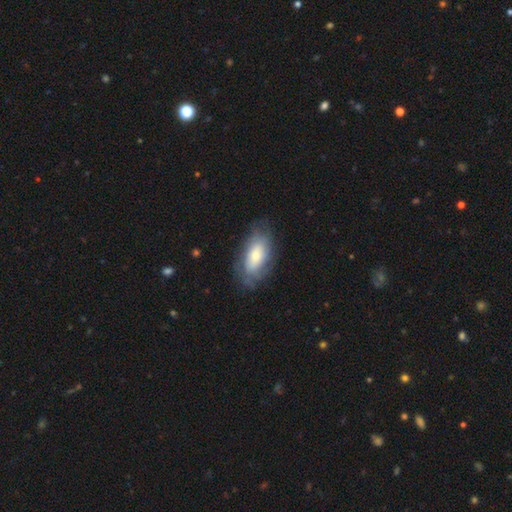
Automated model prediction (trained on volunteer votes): smooth-or-featured: smooth: 65% | featured or disk: 28% | star or artifact: 7%
  how-rounded: in between: 91% | cigar-shaped: 5% | round: 4%
  merging: none: 71% | minor disturbance: 20% | major disturbance: 8% | merger: 1%